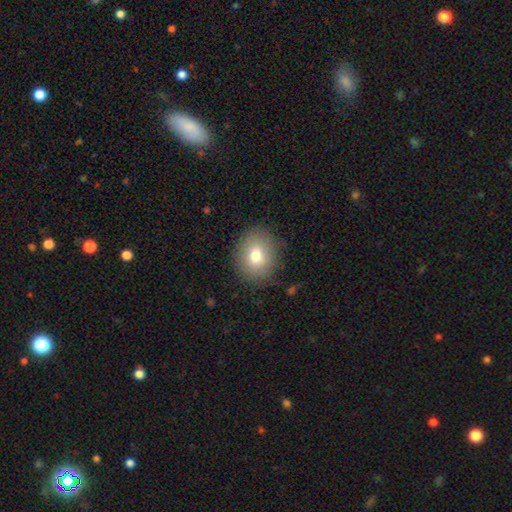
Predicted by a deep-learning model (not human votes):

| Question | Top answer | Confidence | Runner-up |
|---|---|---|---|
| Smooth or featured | smooth | 75% | featured or disk (14%) |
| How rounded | round | 58% | in between (41%) |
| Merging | none | 85% | minor disturbance (10%) |